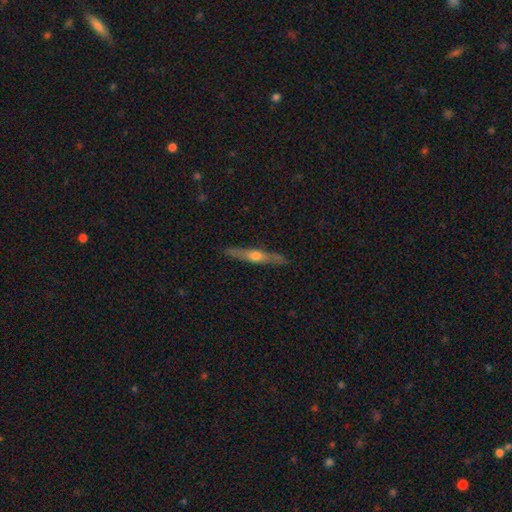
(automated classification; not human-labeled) smooth_or_featured: featured or disk (p=0.65) [alt: smooth p=0.29]
disk_edge_on: yes (p=0.95) [alt: no p=0.05]
edge_on_bulge: rounded (p=0.89) [alt: none p=0.07]
merging: none (p=0.88) [alt: minor disturbance p=0.09]